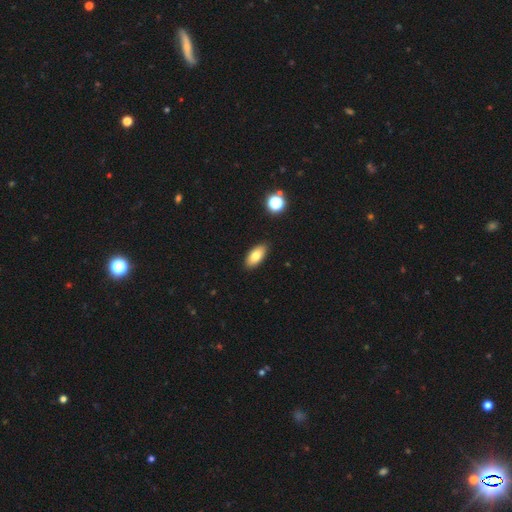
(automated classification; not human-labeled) smooth_or_featured: smooth (p=0.79) [alt: featured or disk p=0.13]
how_rounded: in between (p=0.88) [alt: cigar-shaped p=0.08]
merging: none (p=0.89) [alt: minor disturbance p=0.08]